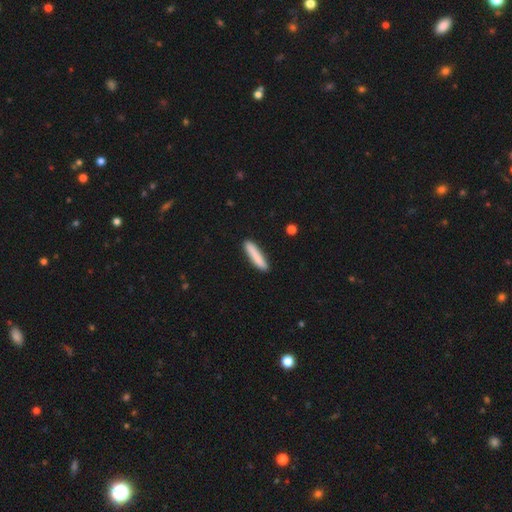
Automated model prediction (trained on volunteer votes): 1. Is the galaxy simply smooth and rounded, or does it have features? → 84% smooth, 10% featured or disk, 6% star or artifact.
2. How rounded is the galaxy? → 90% cigar-shaped, 9% in between, 1% round.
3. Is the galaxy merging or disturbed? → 89% none, 8% minor disturbance, 2% major disturbance, 1% merger.